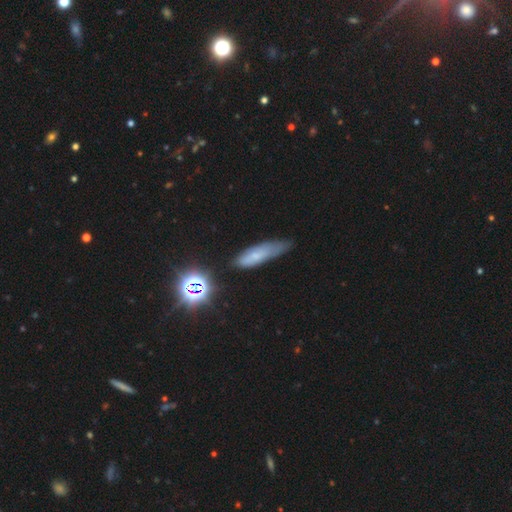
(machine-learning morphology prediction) type=smooth (59%); roundness=cigar-shaped (53%); merging=none (51%).